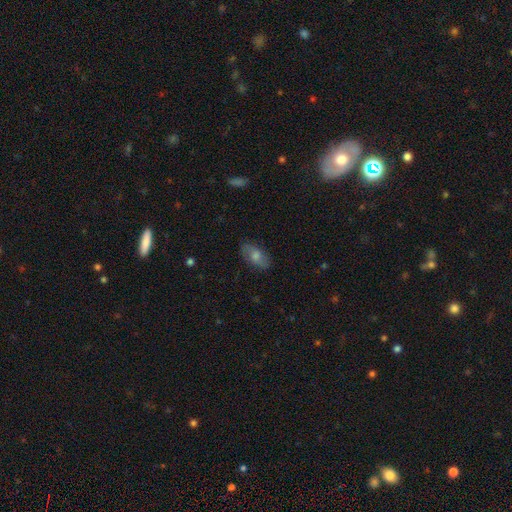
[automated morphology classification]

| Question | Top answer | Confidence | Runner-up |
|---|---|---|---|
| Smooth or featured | smooth | 62% | featured or disk (28%) |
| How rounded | in between | 88% | cigar-shaped (6%) |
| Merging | none | 83% | minor disturbance (13%) |